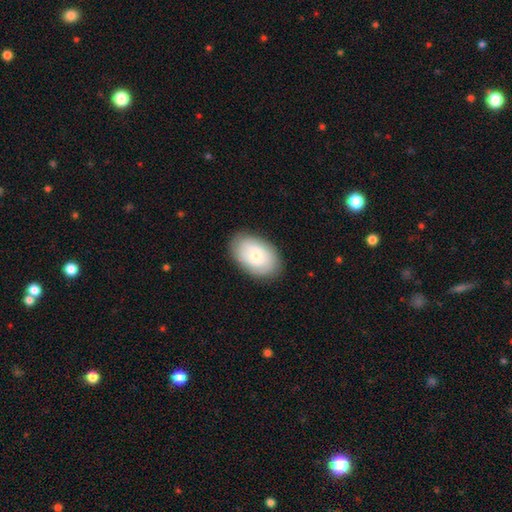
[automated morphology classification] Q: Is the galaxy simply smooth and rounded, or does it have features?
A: smooth — 57%.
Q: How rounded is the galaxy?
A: in between — 86%.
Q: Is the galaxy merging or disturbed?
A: none — 84%.